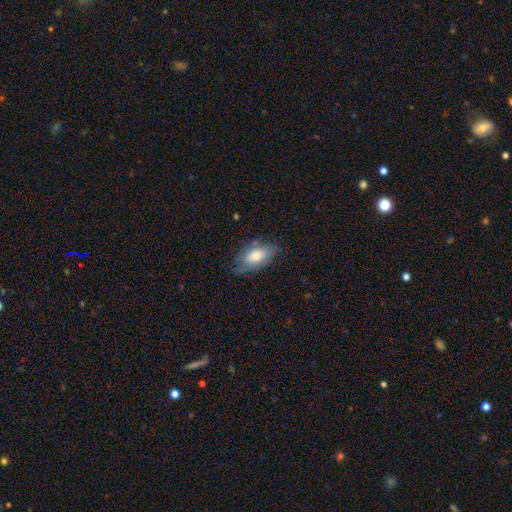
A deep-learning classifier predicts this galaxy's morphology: smooth-or-featured: smooth: 63% | featured or disk: 30% | star or artifact: 7%
  how-rounded: in between: 89% | cigar-shaped: 7% | round: 4%
  merging: none: 64% | minor disturbance: 26% | major disturbance: 8% | merger: 2%